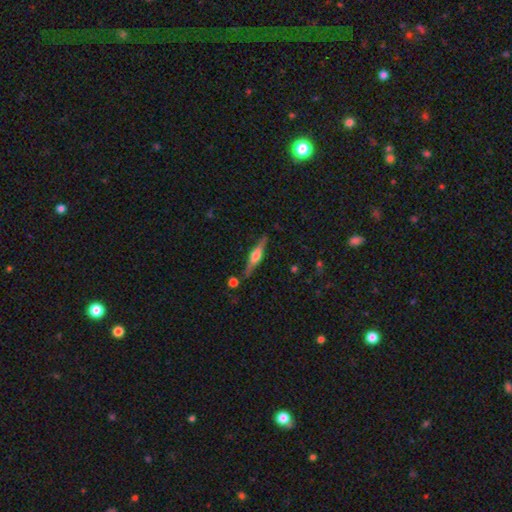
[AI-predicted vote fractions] Smooth or featured? featured or disk (69%)
Edge-on disk? yes (97%)
Edge-on bulge? rounded (81%)
Merging? none (84%)